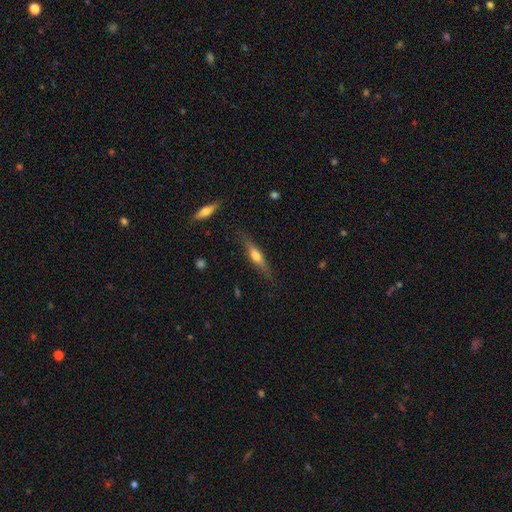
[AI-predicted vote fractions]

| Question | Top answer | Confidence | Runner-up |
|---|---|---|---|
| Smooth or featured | featured or disk | 49% | smooth (44%) |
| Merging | none | 80% | minor disturbance (15%) |